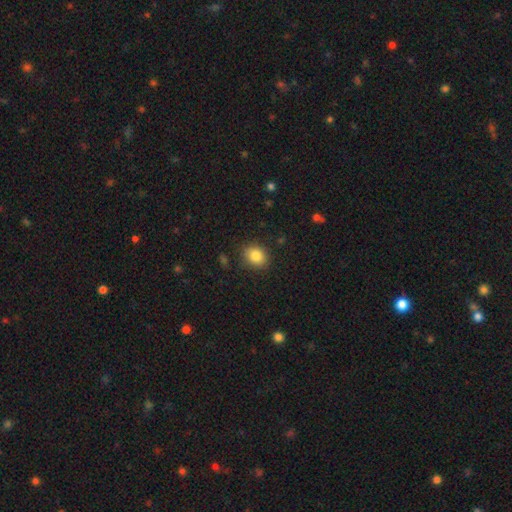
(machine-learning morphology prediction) smooth_or_featured: smooth (p=0.85) [alt: star or artifact p=0.10]
how_rounded: round (p=0.61) [alt: in between p=0.38]
merging: none (p=0.86) [alt: minor disturbance p=0.10]